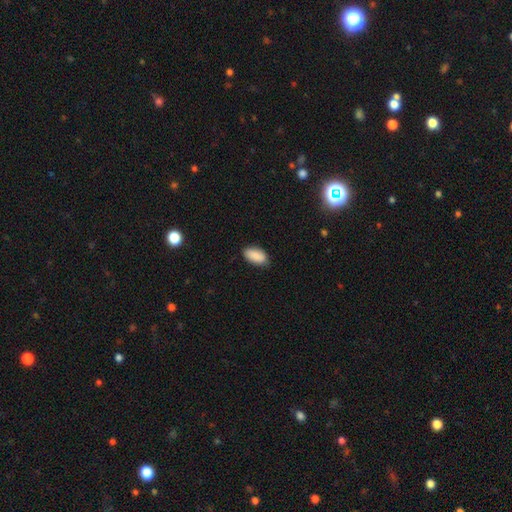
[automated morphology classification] A smooth galaxy with no disk features (90%) that is in between round and cigar-shaped (94%).

Vote fractions:
- Smooth or featured? smooth: 90% / star or artifact: 7% / featured or disk: 4%
- How rounded? in between: 94% / cigar-shaped: 4% / round: 3%
- Merging? none: 83% / minor disturbance: 14% / major disturbance: 2% / merger: 1%